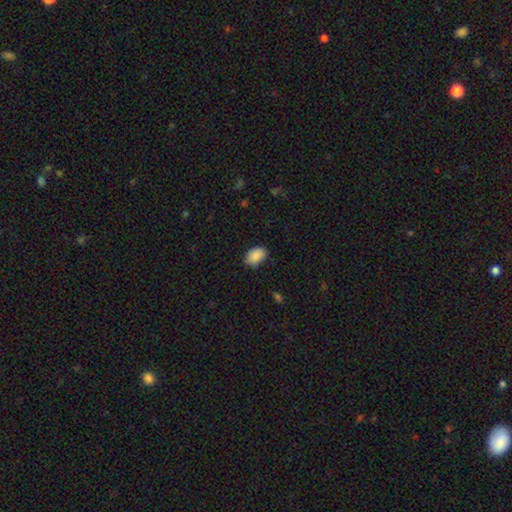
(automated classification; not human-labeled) Morphology: type=smooth (89%); roundness=in between (88%); merging=none (78%).